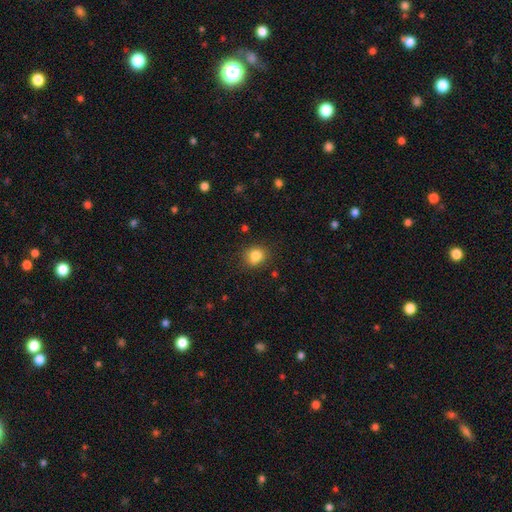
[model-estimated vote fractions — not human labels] This appears to be a smooth galaxy with no disk features (83%) that is round (72%). Merging: none (79%).